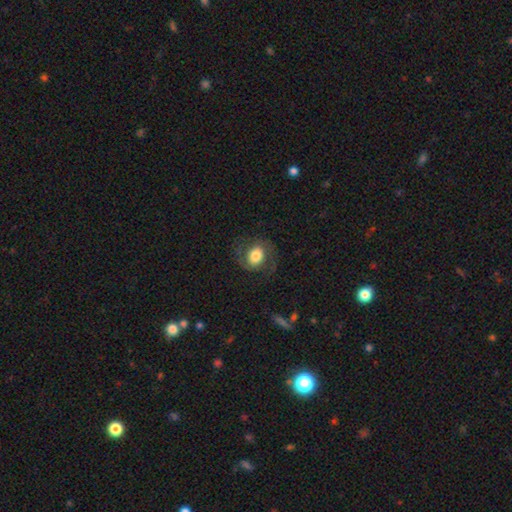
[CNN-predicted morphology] Overall: featured or disk (48%; smooth 45%). Merging: none (70%).